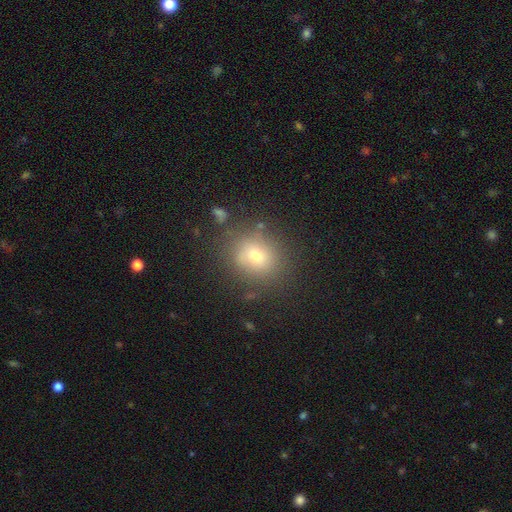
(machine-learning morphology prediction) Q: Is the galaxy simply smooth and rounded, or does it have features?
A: smooth — 68%.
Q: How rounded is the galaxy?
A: round — 73%.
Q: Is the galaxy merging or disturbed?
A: none — 82%.